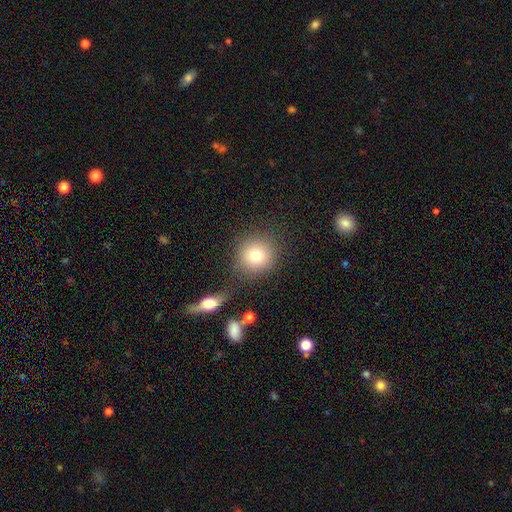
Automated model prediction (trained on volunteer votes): smooth-or-featured: smooth: 78% | star or artifact: 11% | featured or disk: 11%
  how-rounded: round: 89% | in between: 10% | cigar-shaped: 1%
  merging: none: 78% | minor disturbance: 11% | merger: 7% | major disturbance: 5%